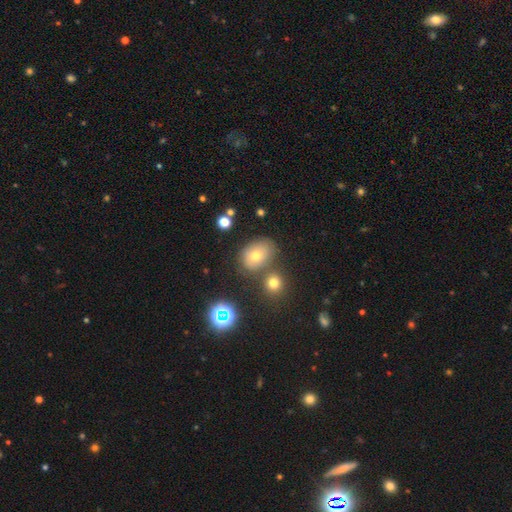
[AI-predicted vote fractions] Overall: smooth (67%). How rounded: in between (68%; round 31%). Merging: none (66%).